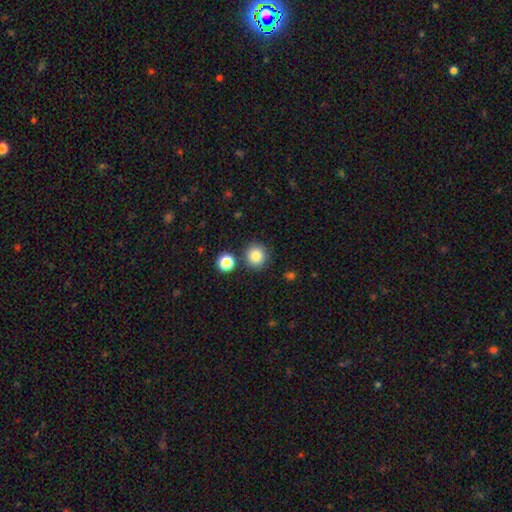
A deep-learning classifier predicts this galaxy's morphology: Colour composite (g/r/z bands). It shows a smooth galaxy with no disk features (83%) that is round (92%). Merging: none (84%).